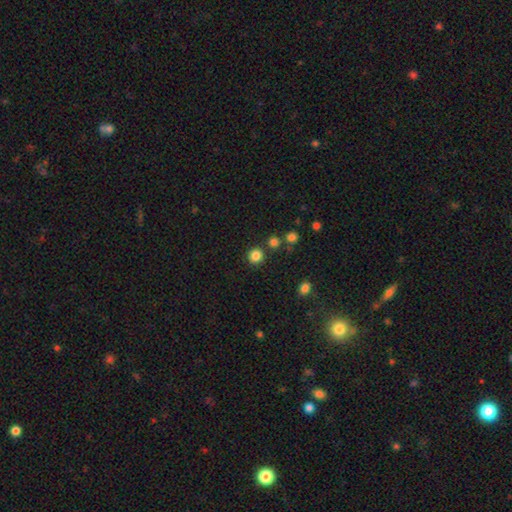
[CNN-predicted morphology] Smooth or featured? smooth (83%)
How rounded? round (90%)
Merging? none (85%)